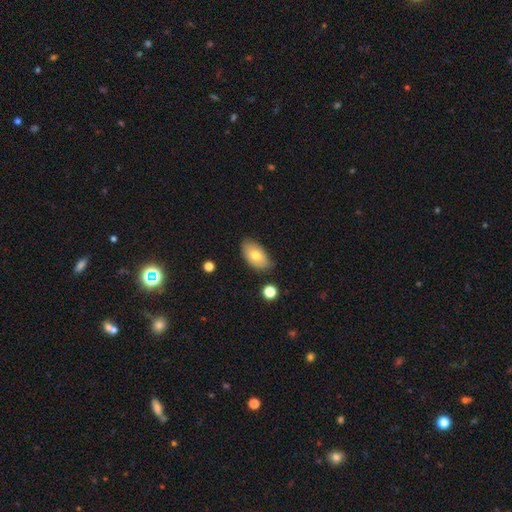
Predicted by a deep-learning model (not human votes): This appears to be a smooth galaxy with no disk features (72%) that is in between round and cigar-shaped (93%). Merging: none (78%).